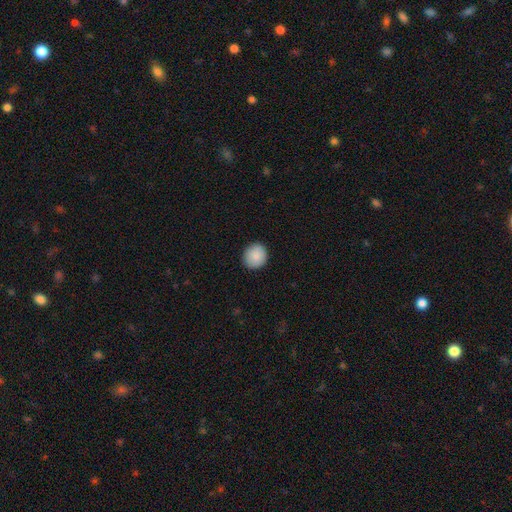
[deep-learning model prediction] The model was most divided on "how rounded": round: 82%, in between: 17%, cigar-shaped: 1%. More confident: merging — none (90%); smooth or featured — smooth (88%).